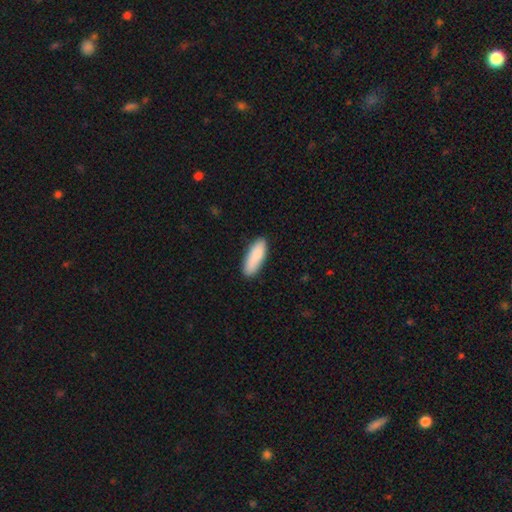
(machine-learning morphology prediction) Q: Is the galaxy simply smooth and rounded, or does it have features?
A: smooth — 87%.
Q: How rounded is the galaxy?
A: in between — 63%.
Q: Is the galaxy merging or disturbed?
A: none — 85%.